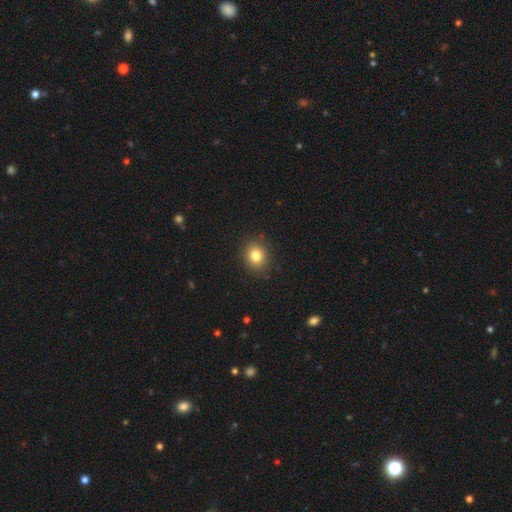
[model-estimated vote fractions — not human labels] The model was most divided on "how rounded": round: 72%, in between: 27%, cigar-shaped: 1%. More confident: merging — none (89%); smooth or featured — smooth (82%).